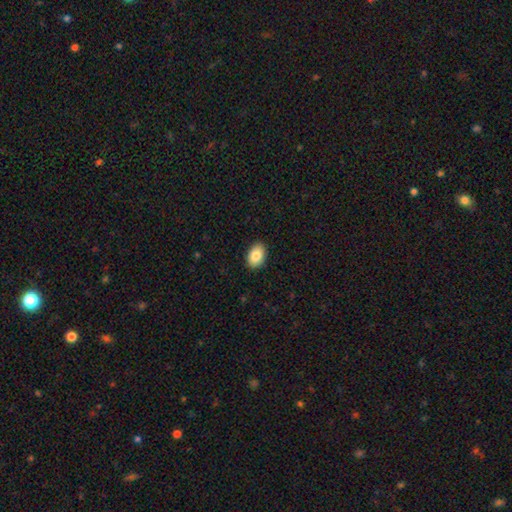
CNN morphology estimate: Smooth or featured? smooth (85%)
How rounded? in between (85%)
Merging? none (90%)